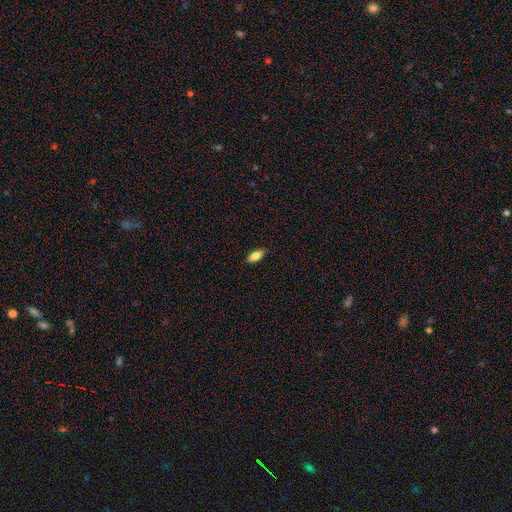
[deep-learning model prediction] This is likely a smooth galaxy (79%). How rounded: likely in between (78%). Merging: clearly none (88%).